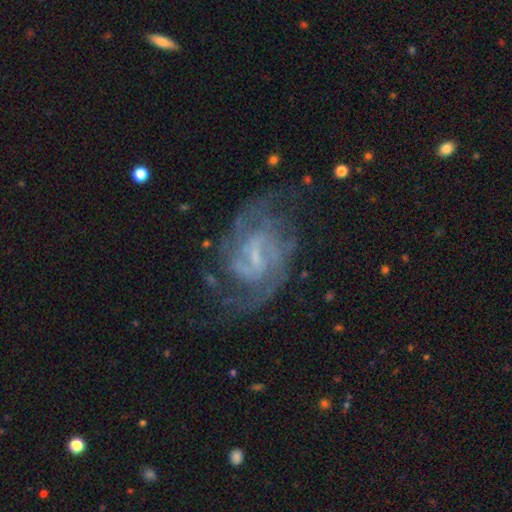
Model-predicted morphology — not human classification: This is clearly a featured or disk galaxy (86%). It is clearly not viewed edge-on (97%). Bar: possibly weak (59%). Spiral arm pattern: clearly yes (95%). Spiral arm count: possibly 2 (57%). Spiral winding: possibly medium (49%). Central bulge: possibly small (58%). Merging: likely none (66%).